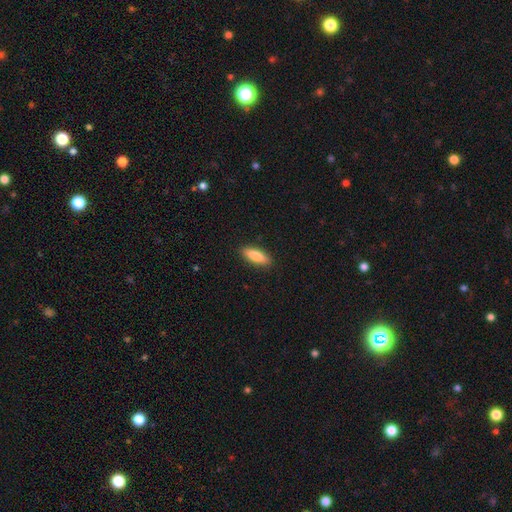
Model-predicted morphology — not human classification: Smooth or featured? smooth (84%)
How rounded? in between (54%)
Merging? none (89%)